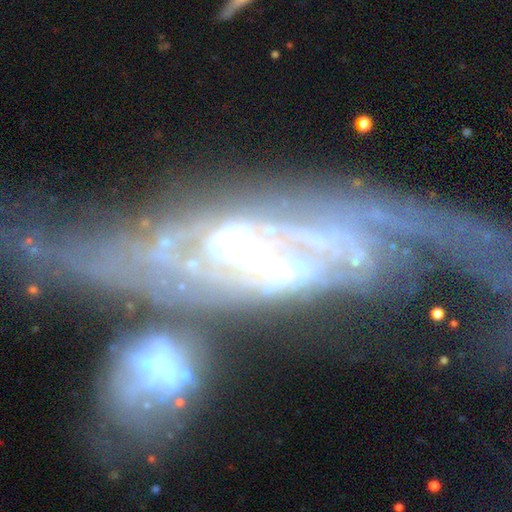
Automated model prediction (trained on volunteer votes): The model was most divided on "merging": merger: 31%, major disturbance: 30%, none: 25%, minor disturbance: 14%. Remaining: smooth or featured — featured or disk (84%); spiral arms — yes (84%); edge-on disk — no (76%); spiral arm count — 2 (61%); bar — strong (46%); bulge size — small (38%); spiral winding — medium (36%).